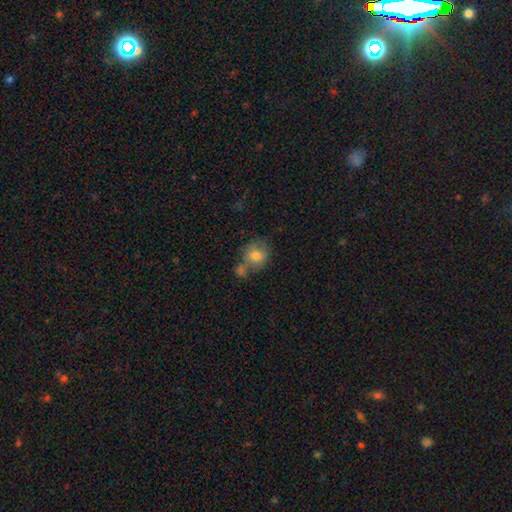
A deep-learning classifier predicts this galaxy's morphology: Smooth or featured?
  - smooth: 76% *
  - featured or disk: 16%
  - star or artifact: 8%
How rounded?
  - round: 75% *
  - in between: 24%
  - cigar-shaped: 1%
Merging?
  - none: 45% *
  - merger: 32%
  - minor disturbance: 16%
  - major disturbance: 7%